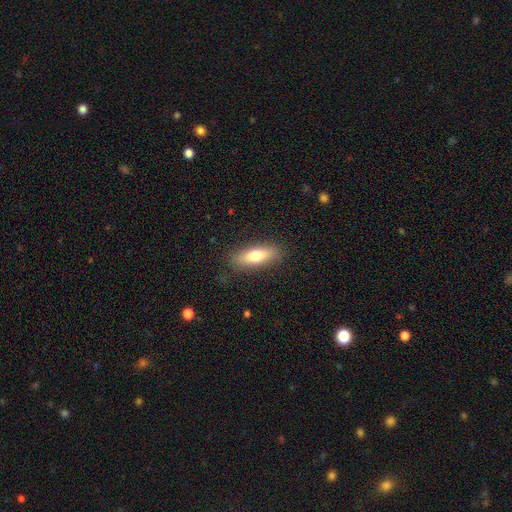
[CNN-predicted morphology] A smooth galaxy with no disk features (71%) that is in between round and cigar-shaped (57%). Merging: none (85%).